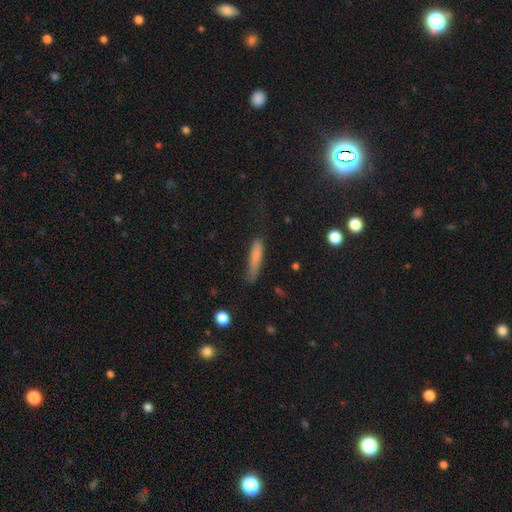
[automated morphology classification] This is likely a smooth galaxy (77%). How rounded: clearly cigar-shaped (87%). Merging: likely none (64%).